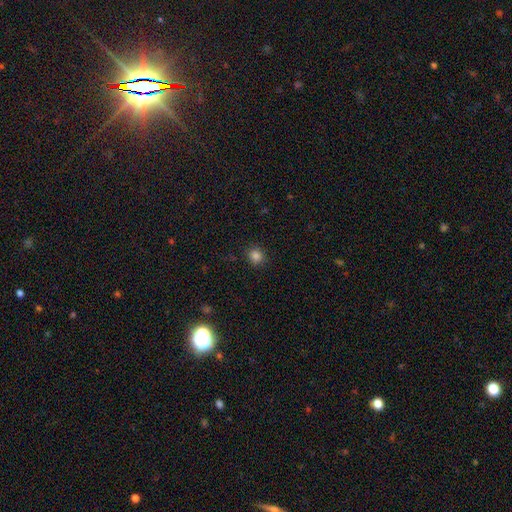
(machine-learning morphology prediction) Smooth or featured: smooth — 83% (star or artifact — 13%)
How rounded: round — 85% (in between — 14%)
Merging: none — 89% (minor disturbance — 8%)